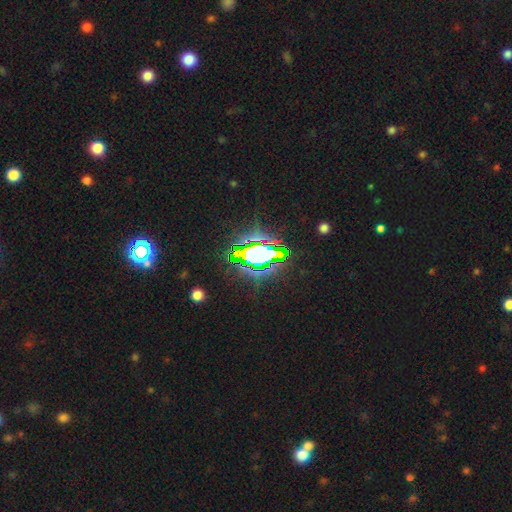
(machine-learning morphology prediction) star or artifact 72%, smooth 16%, featured or disk 13%.